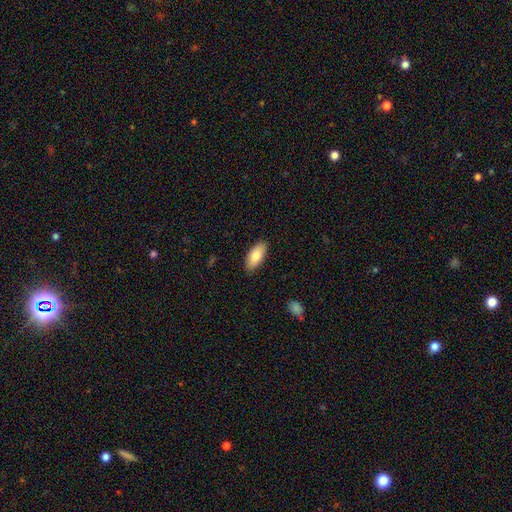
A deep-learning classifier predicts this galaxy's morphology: Overall: smooth (81%). How rounded: in between (88%). Merging: none (88%).